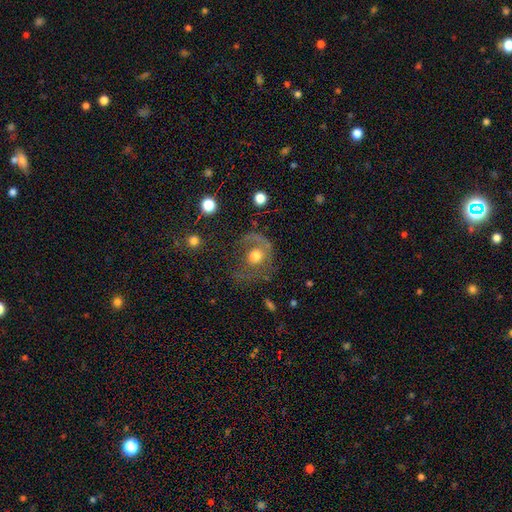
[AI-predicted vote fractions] Smooth or featured?
  - featured or disk: 49% *
  - smooth: 41%
  - star or artifact: 10%
Merging?
  - none: 41% *
  - major disturbance: 37%
  - minor disturbance: 17%
  - merger: 4%